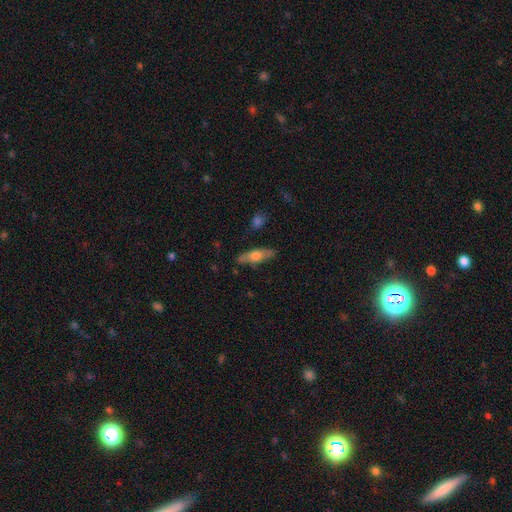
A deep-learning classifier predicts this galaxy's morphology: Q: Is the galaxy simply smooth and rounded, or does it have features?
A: smooth — 58%.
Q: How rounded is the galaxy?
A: in between — 50%.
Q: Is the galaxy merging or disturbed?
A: none — 81%.